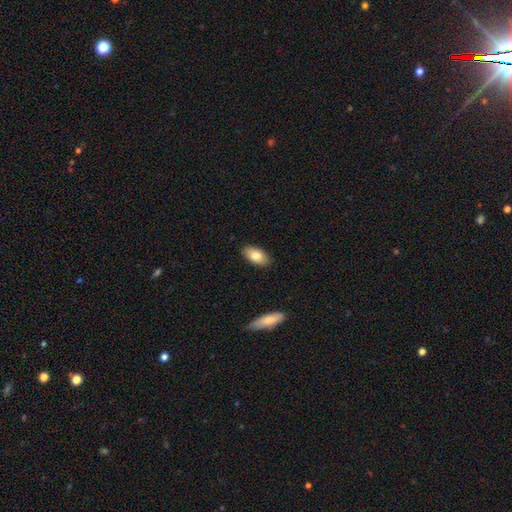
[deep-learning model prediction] Smooth or featured? Predicted: smooth (p=0.82). How rounded? Predicted: in between (p=0.93). Merging? Predicted: none (p=0.87).